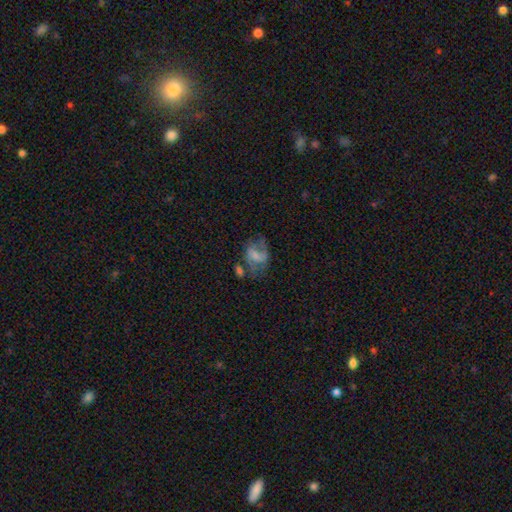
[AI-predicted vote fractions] featured or disk 57%, smooth 34%, star or artifact 9%. Down the decision tree: edge-on disk — no (97%); bar — weak (45%); spiral arms — yes (74%); bulge size — small (42%); merging — none (37%).